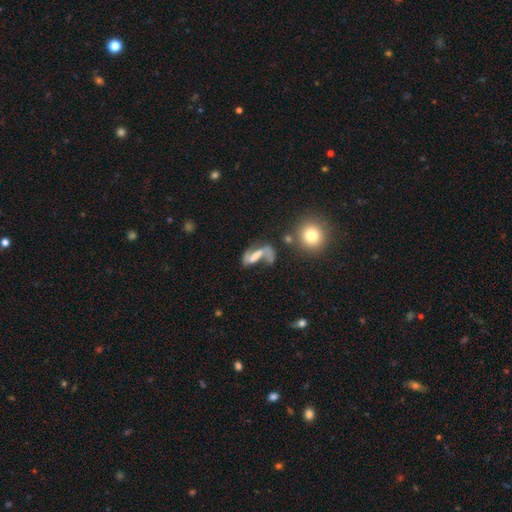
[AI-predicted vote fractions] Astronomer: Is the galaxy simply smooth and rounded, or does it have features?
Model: featured or disk — 66%.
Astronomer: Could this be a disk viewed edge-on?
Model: no — 92%.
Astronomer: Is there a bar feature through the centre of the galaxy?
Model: strong — 46% (runner-up: weak, 29%).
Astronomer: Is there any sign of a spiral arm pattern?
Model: yes — 79%.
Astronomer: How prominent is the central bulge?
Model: none — 36% (runner-up: moderate, 26%).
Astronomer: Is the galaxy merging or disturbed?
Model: none — 38% (runner-up: major disturbance, 25%).